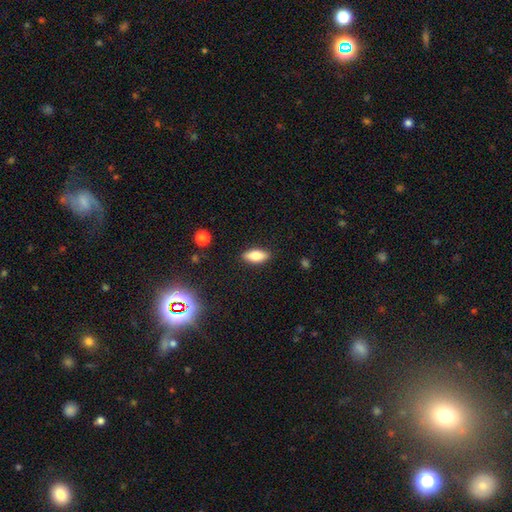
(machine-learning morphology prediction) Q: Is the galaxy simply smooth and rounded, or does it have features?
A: smooth — 75%.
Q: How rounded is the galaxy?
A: in between — 78%.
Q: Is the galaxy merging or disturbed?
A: none — 88%.